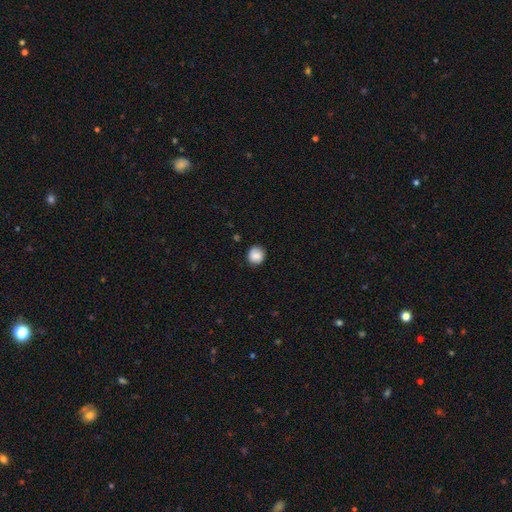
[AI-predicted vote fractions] Overall: smooth (84%). How rounded: round (88%). Merging: none (87%).